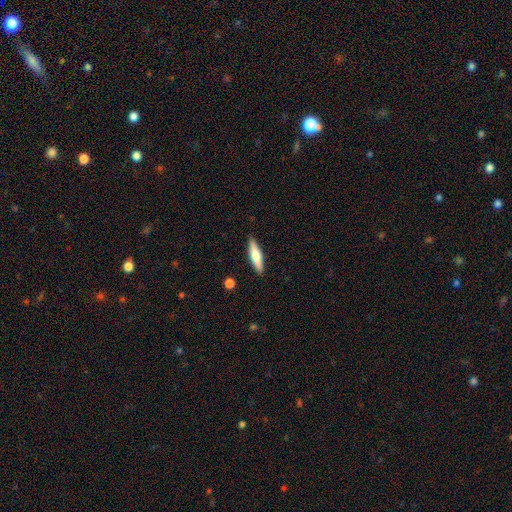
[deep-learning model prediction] Smooth or featured? smooth (58%)
How rounded? cigar-shaped (77%)
Merging? none (89%)